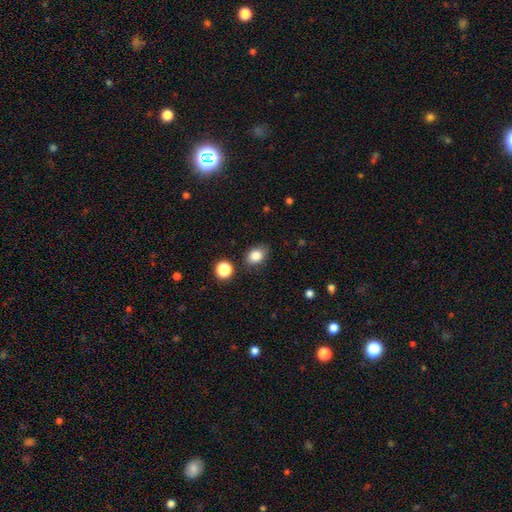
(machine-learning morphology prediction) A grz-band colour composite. It shows a smooth galaxy with no disk features (84%) that is in between round and cigar-shaped (71%). Merging: none (79%).